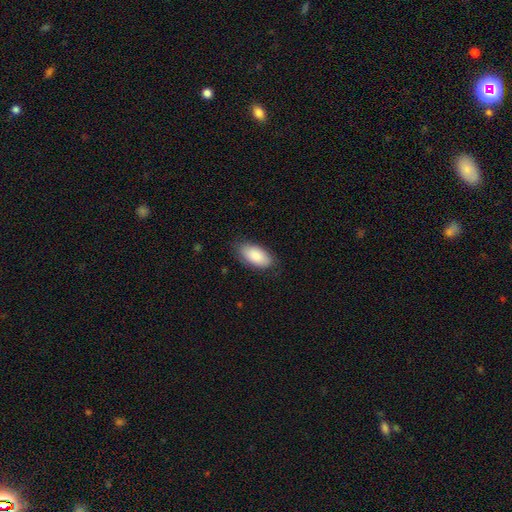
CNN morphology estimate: smooth 87%, featured or disk 8%, star or artifact 6%. Down the decision tree: how rounded — in between (94%); merging — none (80%).